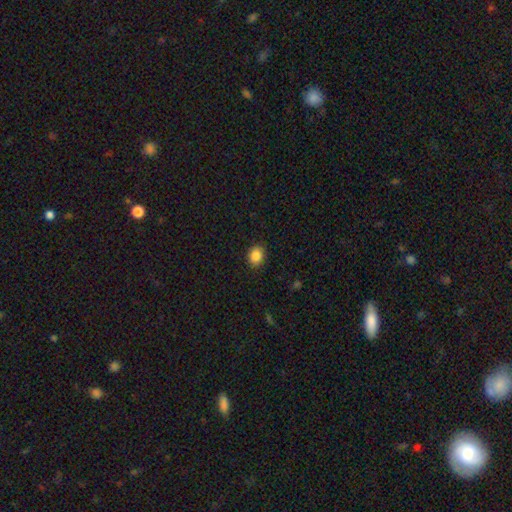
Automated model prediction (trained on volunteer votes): A smooth galaxy with no disk features (87%) that is round (52%).

Vote fractions:
- Smooth or featured? smooth: 87% / star or artifact: 9% / featured or disk: 4%
- How rounded? round: 52% / in between: 47% / cigar-shaped: 1%
- Merging? none: 89% / minor disturbance: 8% / major disturbance: 2% / merger: 1%